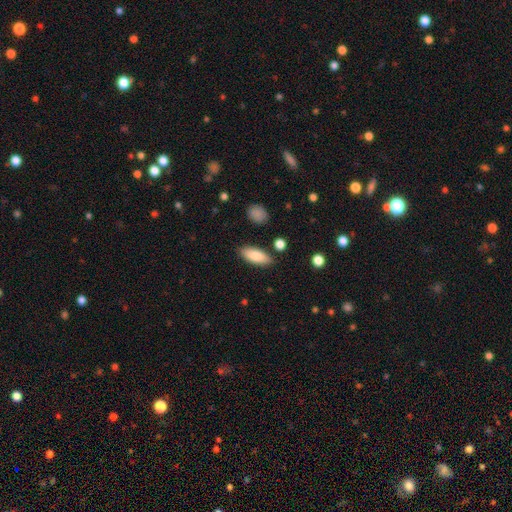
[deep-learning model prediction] Q: Smooth or featured?
A: smooth (84%); runner-up: featured or disk (10%)
Q: How rounded?
A: in between (77%); runner-up: cigar-shaped (21%)
Q: Merging?
A: none (85%); runner-up: minor disturbance (10%)